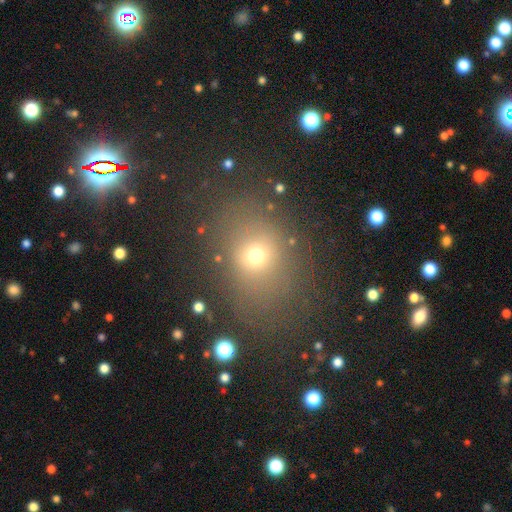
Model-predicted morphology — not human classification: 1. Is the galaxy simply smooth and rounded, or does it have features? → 66% smooth, 22% star or artifact, 13% featured or disk.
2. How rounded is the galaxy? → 53% round, 46% in between, 1% cigar-shaped.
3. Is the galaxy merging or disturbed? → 75% none, 14% minor disturbance, 8% major disturbance, 3% merger.